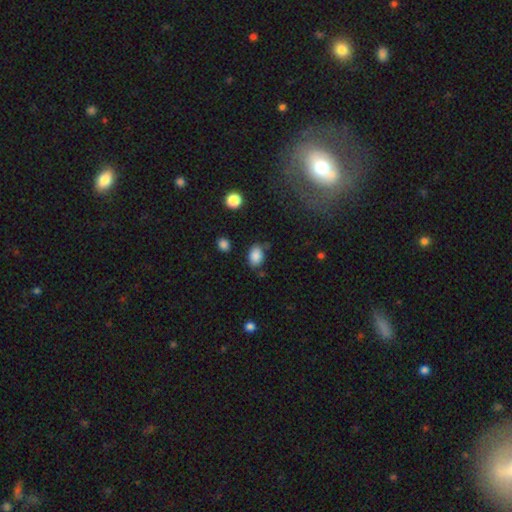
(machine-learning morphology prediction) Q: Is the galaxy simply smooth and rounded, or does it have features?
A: smooth — 86%.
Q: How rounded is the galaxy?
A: in between — 79%.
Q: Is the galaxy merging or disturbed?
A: none — 72%.